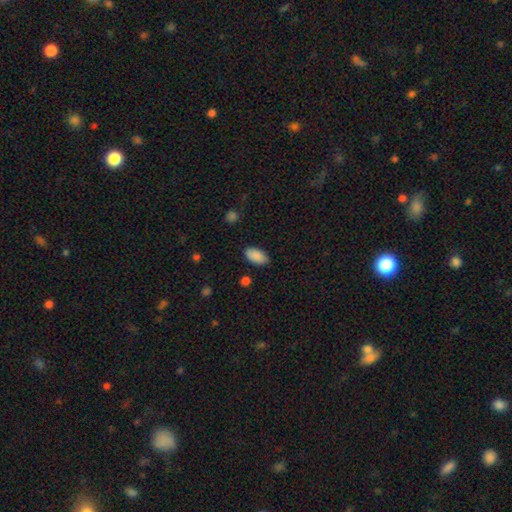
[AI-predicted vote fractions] smooth-or-featured: smooth: 89% | star or artifact: 7% | featured or disk: 4%
  how-rounded: in between: 94% | round: 3% | cigar-shaped: 3%
  merging: none: 84% | minor disturbance: 12% | major disturbance: 3% | merger: 1%